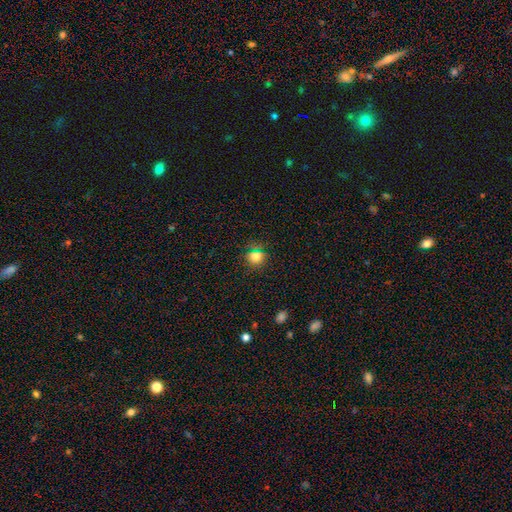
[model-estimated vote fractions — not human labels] This is likely a smooth galaxy (73%). How rounded: clearly round (88%). Merging: clearly none (86%).